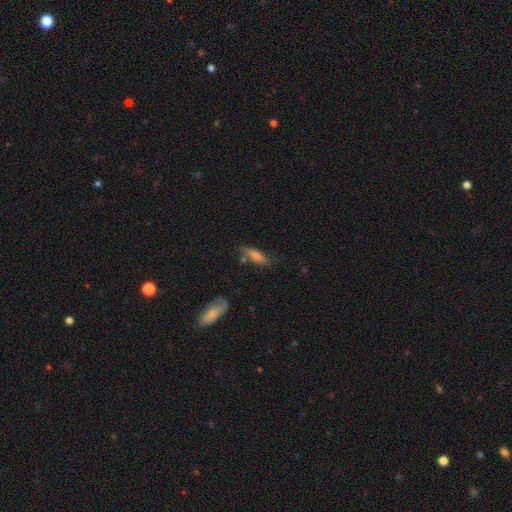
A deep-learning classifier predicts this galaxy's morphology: type=smooth (54%); roundness=cigar-shaped (63%); merging=none (71%).